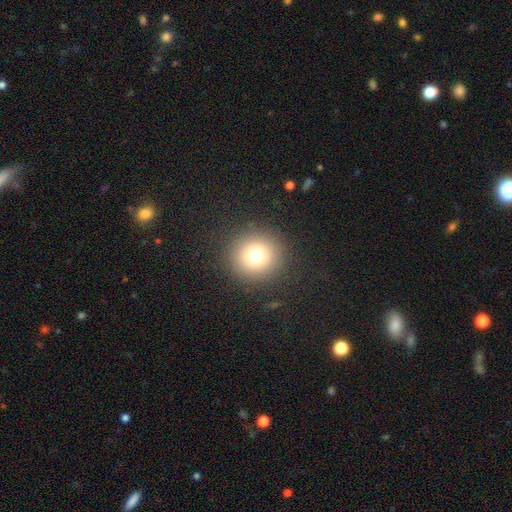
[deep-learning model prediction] Smooth or featured? smooth (73%)
How rounded? round (95%)
Merging? none (90%)